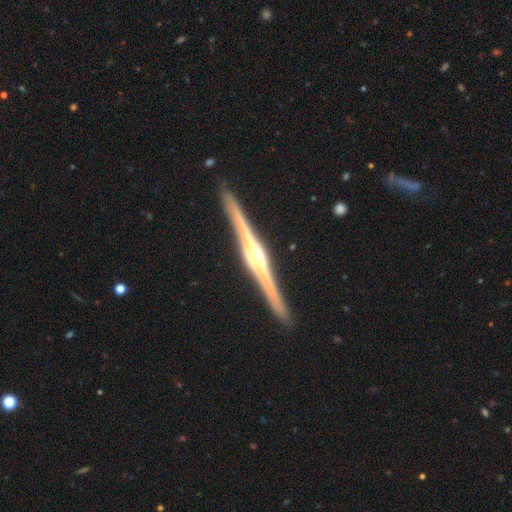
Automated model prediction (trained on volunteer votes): Smooth or featured?
  - featured or disk: 89% *
  - smooth: 6%
  - star or artifact: 4%
Edge-on disk?
  - yes: 99% *
  - no: 1%
Edge-on bulge?
  - rounded: 84% *
  - boxy: 11%
  - none: 5%
Merging?
  - none: 92% *
  - minor disturbance: 5%
  - major disturbance: 1%
  - merger: 1%